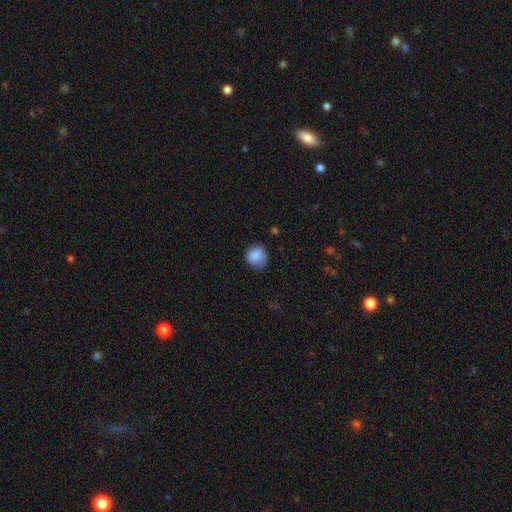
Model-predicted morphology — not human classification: Q: Smooth or featured?
A: smooth (86%); runner-up: star or artifact (8%)
Q: How rounded?
A: round (82%); runner-up: in between (17%)
Q: Merging?
A: none (71%); runner-up: minor disturbance (22%)